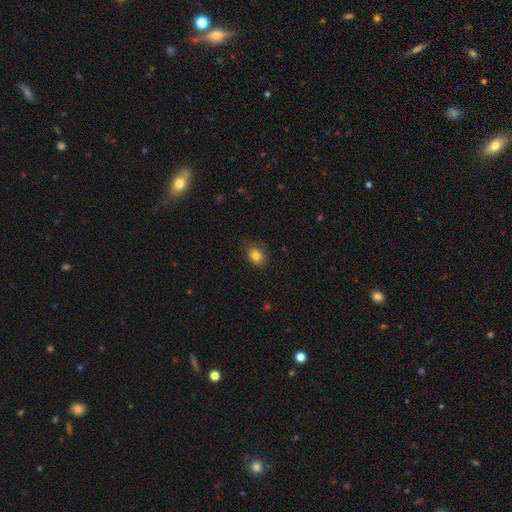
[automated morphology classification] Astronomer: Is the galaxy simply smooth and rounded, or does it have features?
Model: smooth — 83%.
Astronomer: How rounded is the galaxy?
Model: in between — 52% (runner-up: round, 47%).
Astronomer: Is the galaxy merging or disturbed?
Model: none — 82%.